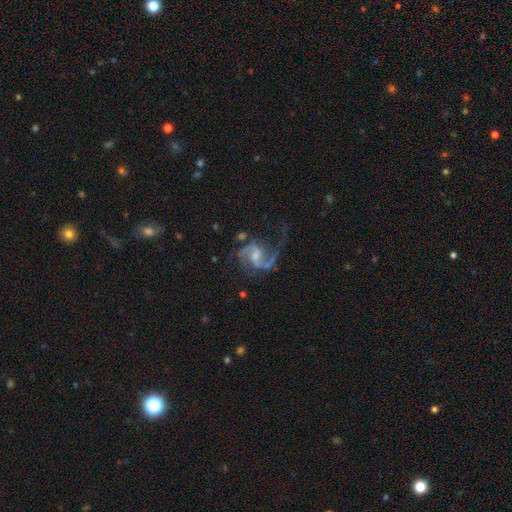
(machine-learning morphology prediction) A featured or disk galaxy (88%) with a weak bar (53%), 2 (82%) loose (50%) spiral arms (96%) and a moderate central bulge (43%). Merging: none (45%).